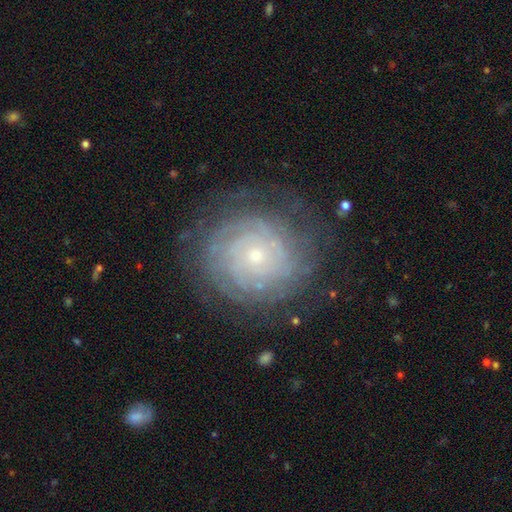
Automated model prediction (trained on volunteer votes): A featured or disk galaxy (79%) with no bar (83%), tight (86%) spiral arms (94%) and a small central bulge (79%).

Vote fractions:
- Smooth or featured? featured or disk: 79% / smooth: 13% / star or artifact: 8%
- Edge-on disk? no: 97% / yes: 3%
- Bar? no: 83% / weak: 13% / strong: 3%
- Spiral arms? yes: 94% / no: 6%
- Spiral winding? tight: 86% / medium: 11% / loose: 3%
- Spiral arm count? can't tell: 45% / 4: 15% / more than 4: 13% / 2: 11% / 3: 11% / 1: 7%
- Bulge size? small: 79% / moderate: 17% / large: 1% / none: 1% / dominant: 1%
- Merging? none: 79% / minor disturbance: 14% / major disturbance: 6% / merger: 1%